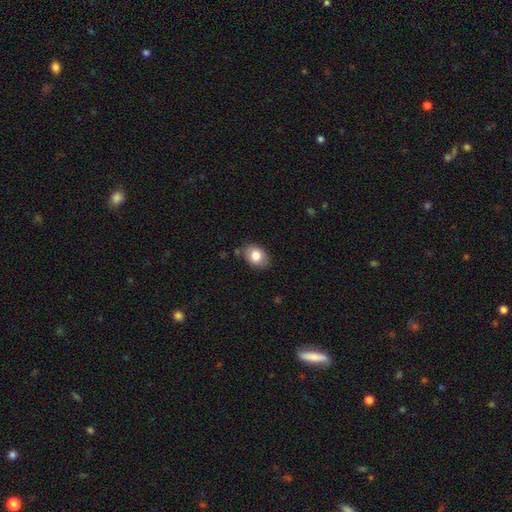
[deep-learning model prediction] Q: Smooth or featured?
A: smooth (82%); runner-up: featured or disk (10%)
Q: How rounded?
A: in between (74%); runner-up: round (25%)
Q: Merging?
A: none (81%); runner-up: minor disturbance (14%)